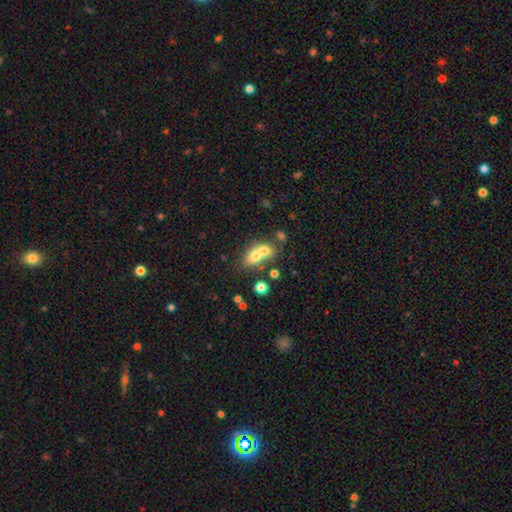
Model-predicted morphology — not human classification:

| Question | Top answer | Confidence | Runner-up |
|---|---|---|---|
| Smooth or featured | smooth | 69% | featured or disk (20%) |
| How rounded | in between | 68% | round (28%) |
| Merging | merger | 64% | none (25%) |